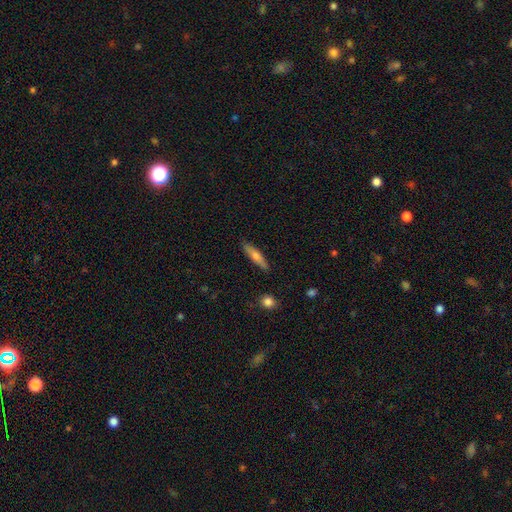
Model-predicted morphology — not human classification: This appears to be a smooth galaxy with no disk features (62%) that is cigar-shaped (83%). Merging: none (87%).